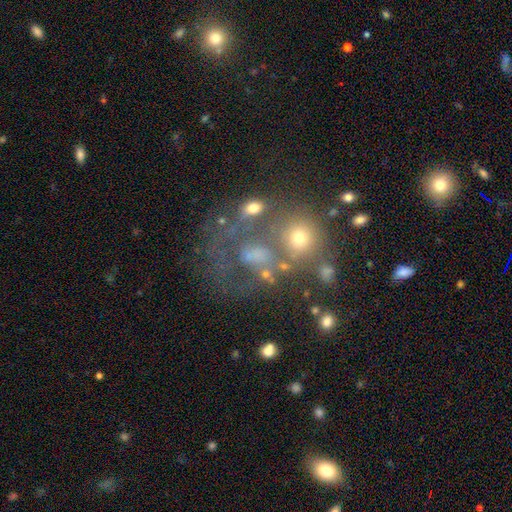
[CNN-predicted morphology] Smooth or featured?
  - smooth: 41% *
  - featured or disk: 34%
  - star or artifact: 25%
Merging?
  - none: 37% *
  - merger: 26%
  - major disturbance: 22%
  - minor disturbance: 15%